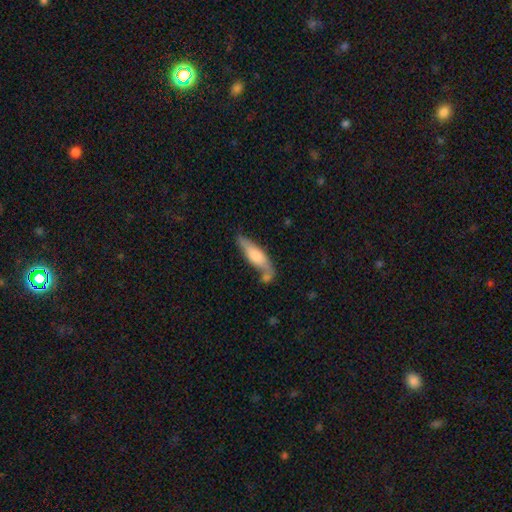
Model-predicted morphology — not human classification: Q: Smooth or featured?
A: smooth (67%); runner-up: featured or disk (27%)
Q: How rounded?
A: cigar-shaped (57%); runner-up: in between (40%)
Q: Merging?
A: none (47%); runner-up: minor disturbance (23%)